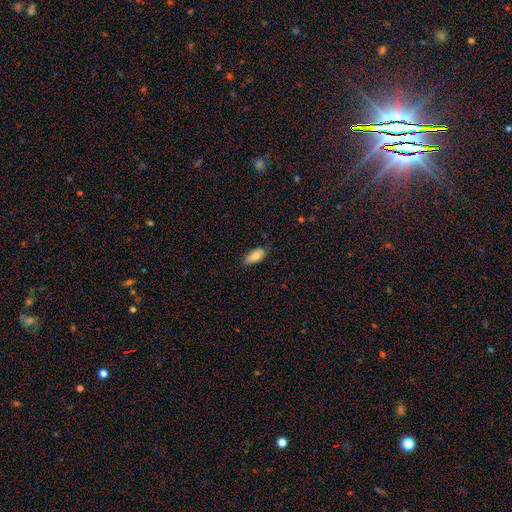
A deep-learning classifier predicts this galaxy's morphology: smooth_or_featured: smooth (p=0.81) [alt: featured or disk p=0.12]
how_rounded: in between (p=0.90) [alt: cigar-shaped p=0.07]
merging: none (p=0.76) [alt: minor disturbance p=0.20]